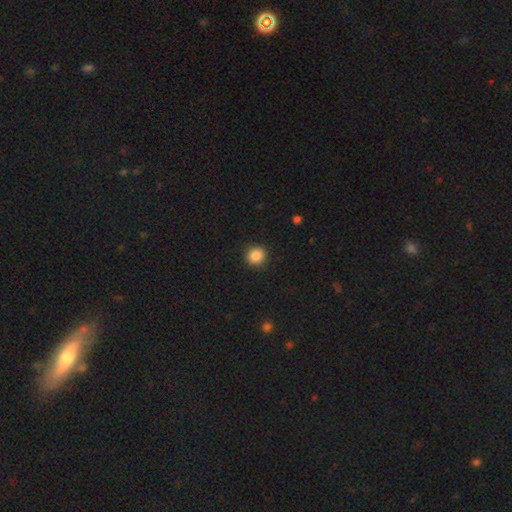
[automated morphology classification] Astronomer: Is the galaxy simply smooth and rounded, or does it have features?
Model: smooth — 87%.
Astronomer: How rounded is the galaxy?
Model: round — 90%.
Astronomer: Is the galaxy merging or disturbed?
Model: none — 91%.